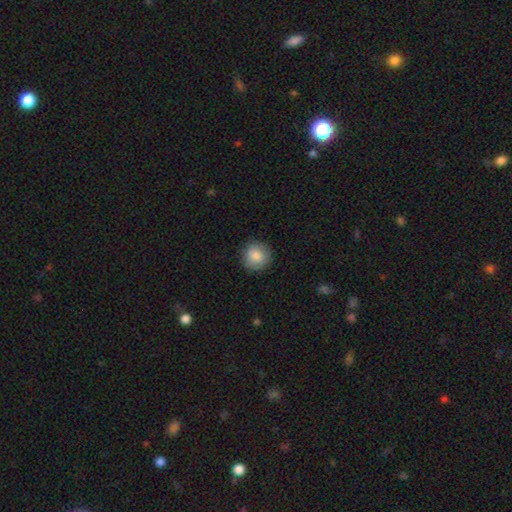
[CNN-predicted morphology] Q: Smooth or featured?
A: smooth (85%); runner-up: featured or disk (8%)
Q: How rounded?
A: round (92%); runner-up: in between (8%)
Q: Merging?
A: none (88%); runner-up: minor disturbance (9%)